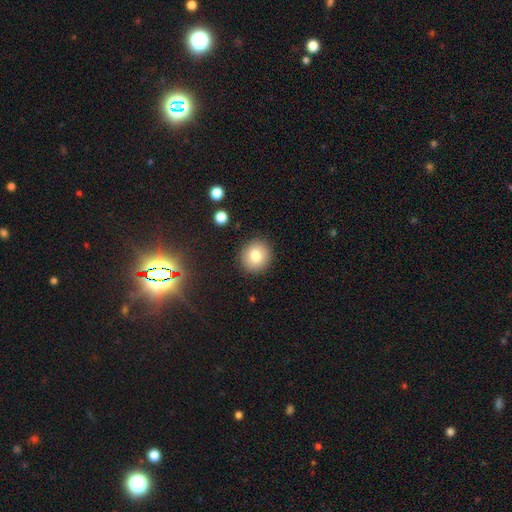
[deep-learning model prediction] This is likely a smooth galaxy (79%). How rounded: clearly round (88%). Merging: clearly none (90%).